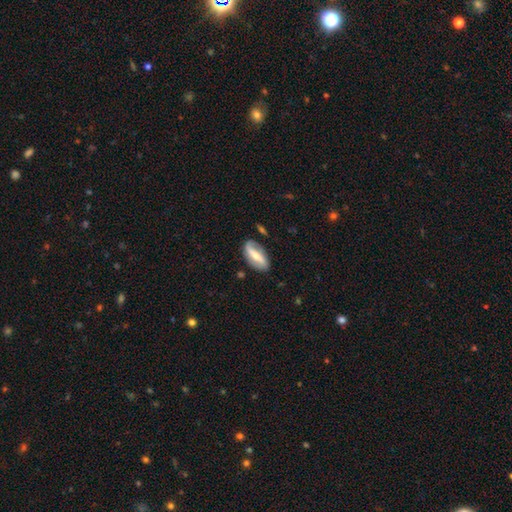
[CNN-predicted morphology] This is likely a featured or disk galaxy (65%). It is clearly not viewed edge-on (89%). Bar: likely strong (62%). Spiral arm pattern: likely yes (79%). Central bulge: possibly moderate (47%). Merging: likely none (76%).